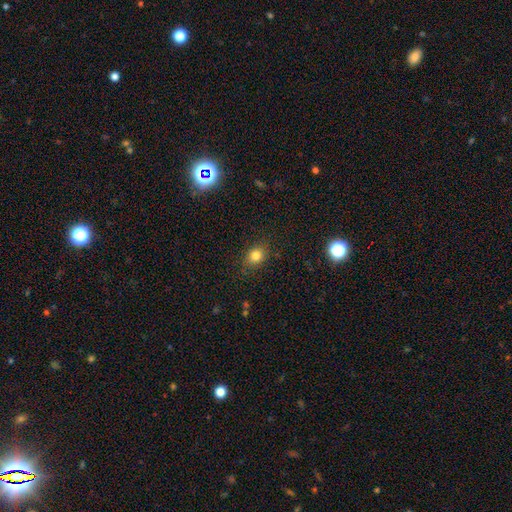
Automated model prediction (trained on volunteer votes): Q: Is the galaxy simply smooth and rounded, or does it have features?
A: smooth — 81%.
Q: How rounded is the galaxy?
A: round — 51%.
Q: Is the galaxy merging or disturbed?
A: none — 83%.